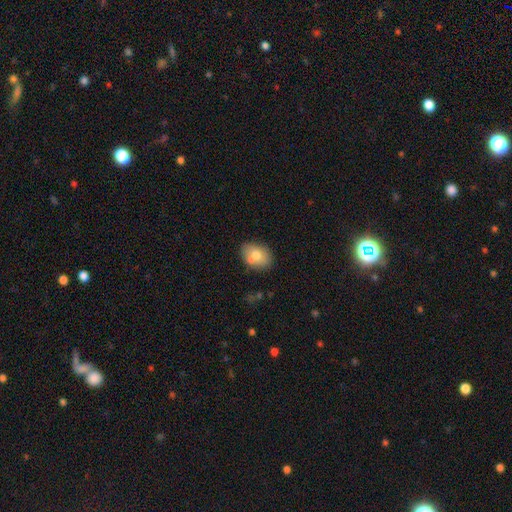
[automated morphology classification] The model was most divided on "merging": none: 67%, minor disturbance: 16%, merger: 14%, major disturbance: 3%. More confident: how rounded — in between (77%); smooth or featured — smooth (72%).